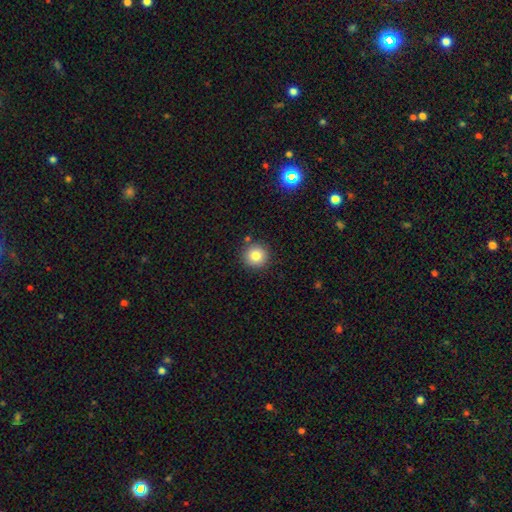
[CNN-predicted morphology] Overall: smooth (81%). How rounded: round (95%). Merging: none (87%).